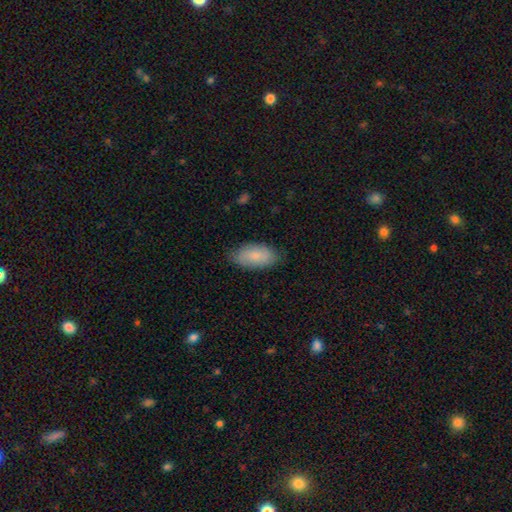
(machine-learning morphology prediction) Smooth or featured: smooth — 81% (featured or disk — 13%)
How rounded: in between — 93% (cigar-shaped — 4%)
Merging: none — 79% (minor disturbance — 17%)